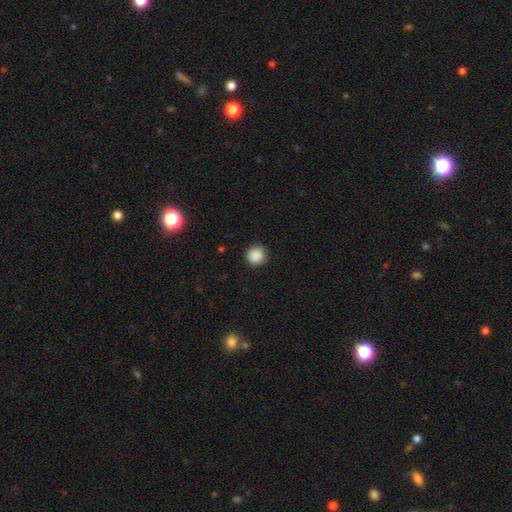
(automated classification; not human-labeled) Smooth or featured: smooth — 88% (star or artifact — 9%)
How rounded: round — 93% (in between — 6%)
Merging: none — 89% (minor disturbance — 8%)